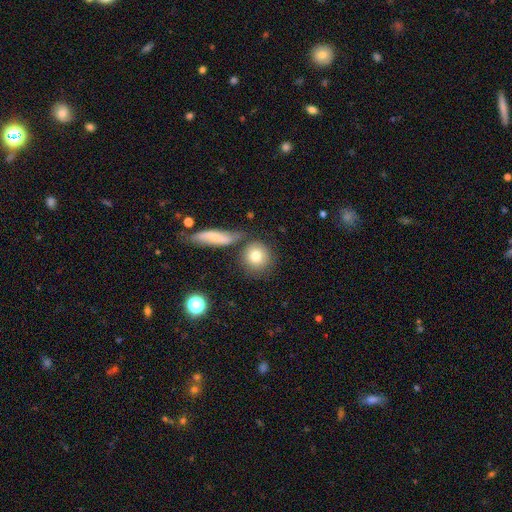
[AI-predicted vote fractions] smooth_or_featured: smooth (p=0.79) [alt: featured or disk p=0.12]
how_rounded: round (p=0.86) [alt: in between p=0.12]
merging: none (p=0.68) [alt: merger p=0.17]